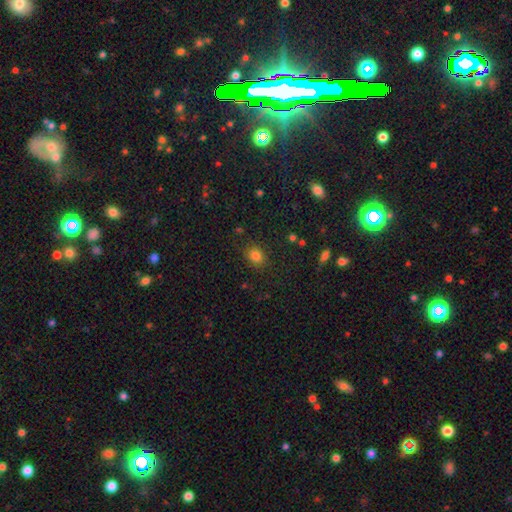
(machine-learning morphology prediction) Smooth or featured? smooth (81%)
How rounded? round (58%)
Merging? none (84%)